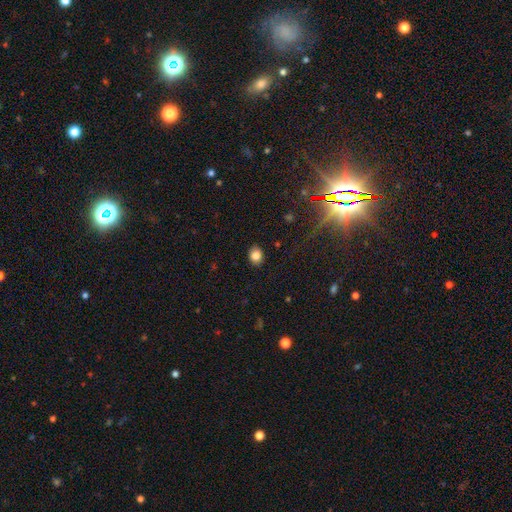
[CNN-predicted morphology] smooth 83%, star or artifact 11%, featured or disk 6%. Down the decision tree: how rounded — round (53%); merging — none (89%).